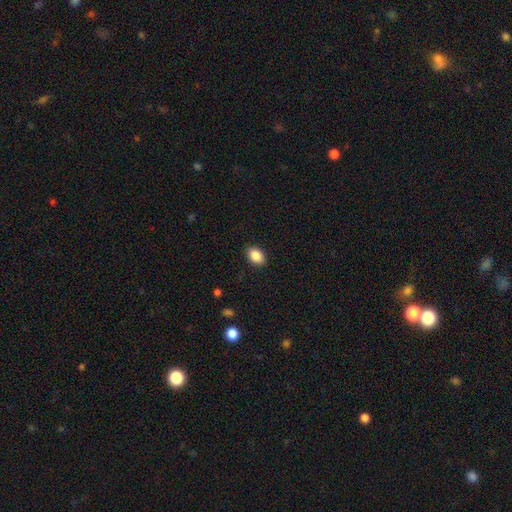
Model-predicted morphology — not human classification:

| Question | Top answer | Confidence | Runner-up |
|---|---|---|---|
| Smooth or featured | smooth | 88% | star or artifact (8%) |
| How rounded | in between | 82% | round (16%) |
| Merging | none | 89% | minor disturbance (8%) |